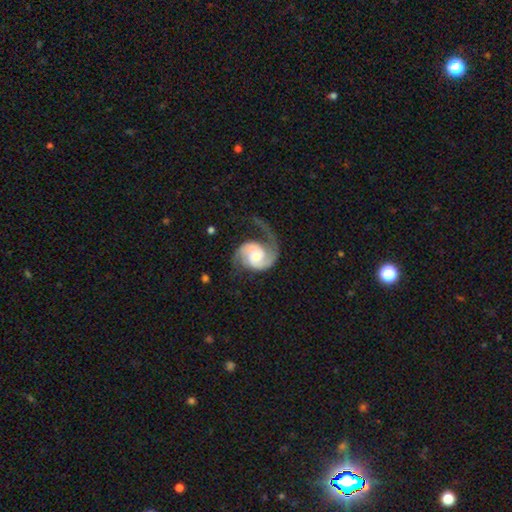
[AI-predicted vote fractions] This appears to be a featured or disk galaxy (88%) with no bar (61%), 2 (79%) medium (46%) spiral arms (97%) and a moderate central bulge (50%). Merging: none (47%).